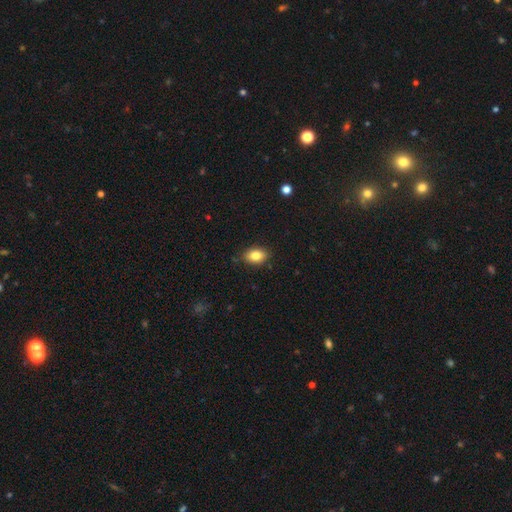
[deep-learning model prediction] Smooth or featured? Predicted: smooth (p=0.83). How rounded? Predicted: in between (p=0.80). Merging? Predicted: none (p=0.85).